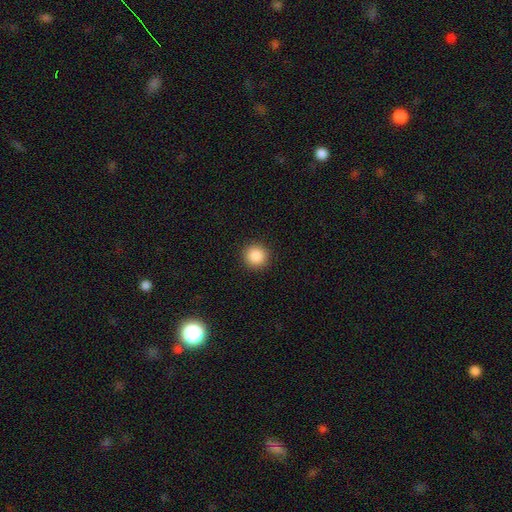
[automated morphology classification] The model was most divided on "smooth or featured": smooth: 87%, star or artifact: 10%, featured or disk: 3%. More confident: how rounded — round (94%); merging — none (92%).